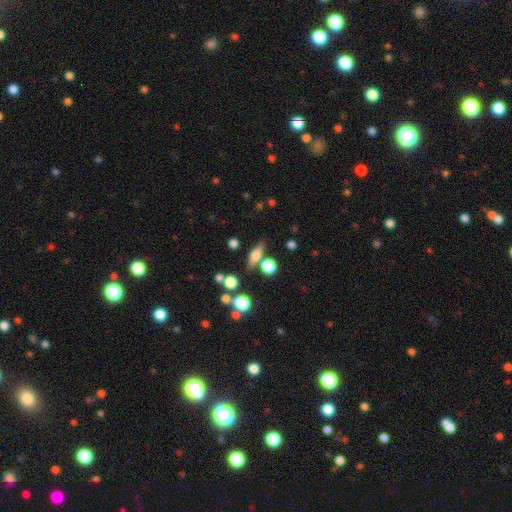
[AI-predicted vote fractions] smooth_or_featured: smooth (p=0.62) [alt: featured or disk p=0.26]
how_rounded: in between (p=0.47) [alt: cigar-shaped p=0.38]
merging: none (p=0.71) [alt: minor disturbance p=0.14]